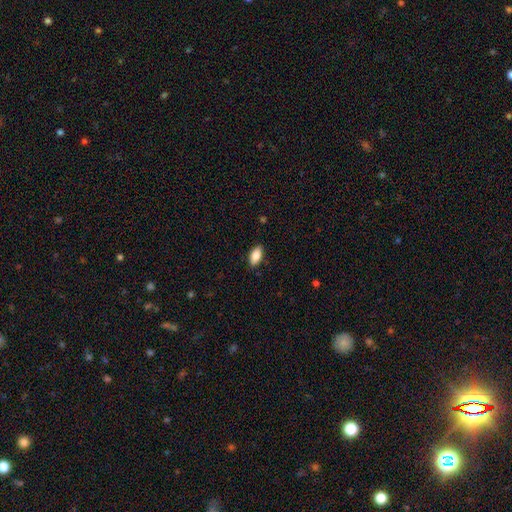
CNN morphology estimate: type=smooth (85%); roundness=in between (91%); merging=none (88%).